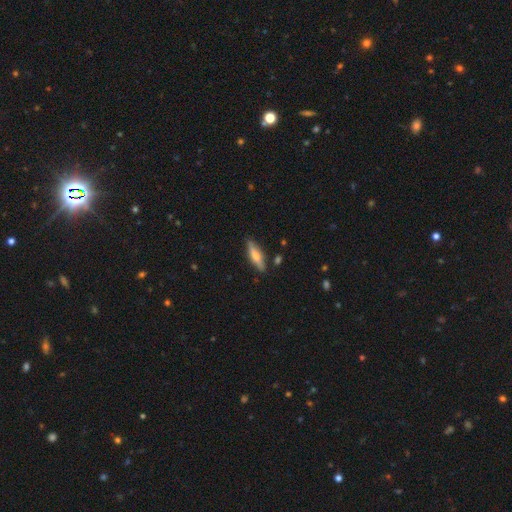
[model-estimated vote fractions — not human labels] Smooth or featured?
  - smooth: 50% *
  - featured or disk: 44%
  - star or artifact: 6%
Merging?
  - none: 85% *
  - minor disturbance: 11%
  - merger: 2%
  - major disturbance: 2%